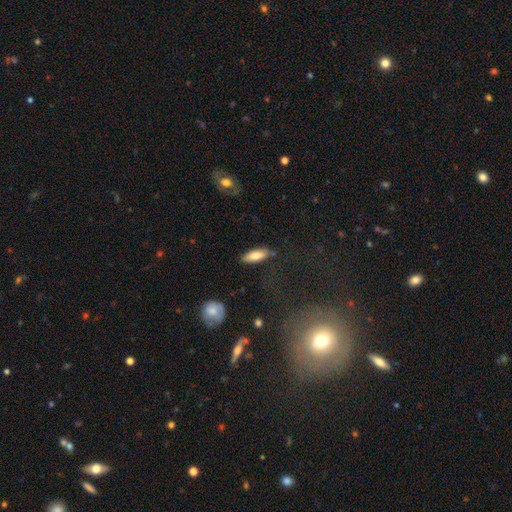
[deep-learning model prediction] The model was most divided on "how rounded": in between: 61%, cigar-shaped: 37%, round: 2%. More confident: merging — none (82%); smooth or featured — smooth (79%).